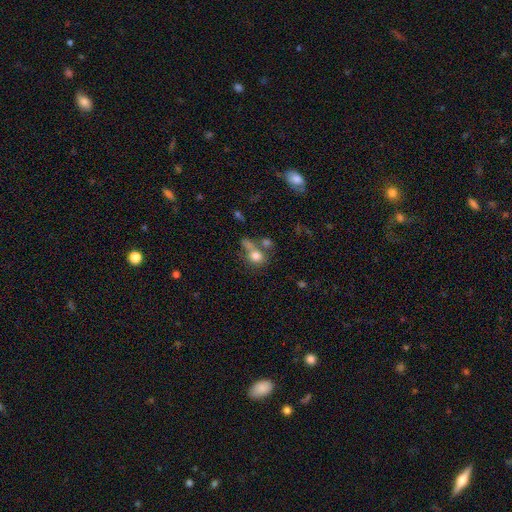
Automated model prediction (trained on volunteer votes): Smooth or featured? smooth (75%)
How rounded? round (68%)
Merging? none (43%)